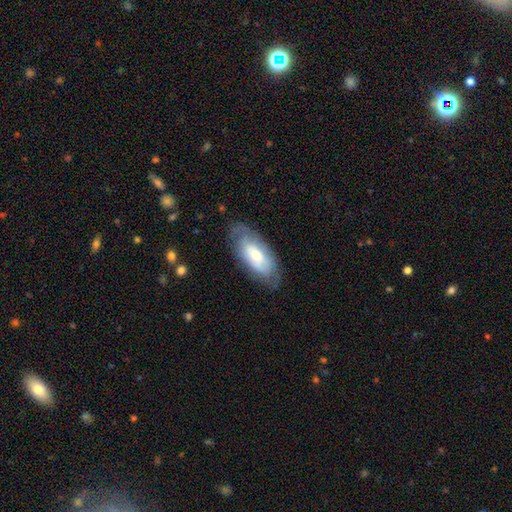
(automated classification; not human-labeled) Smooth or featured? Predicted: smooth (p=0.54). How rounded? Predicted: in between (p=0.88). Merging? Predicted: none (p=0.70).